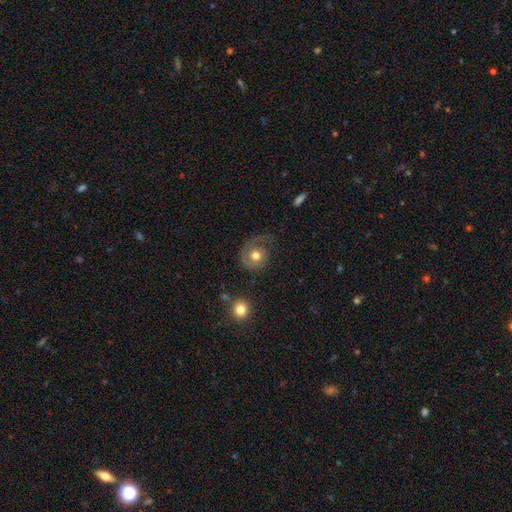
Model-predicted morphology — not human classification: featured or disk 53%, smooth 39%, star or artifact 7%. Down the decision tree: edge-on disk — no (97%); bar — no (84%); spiral arms — yes (80%); bulge size — moderate (72%); merging — none (47%).